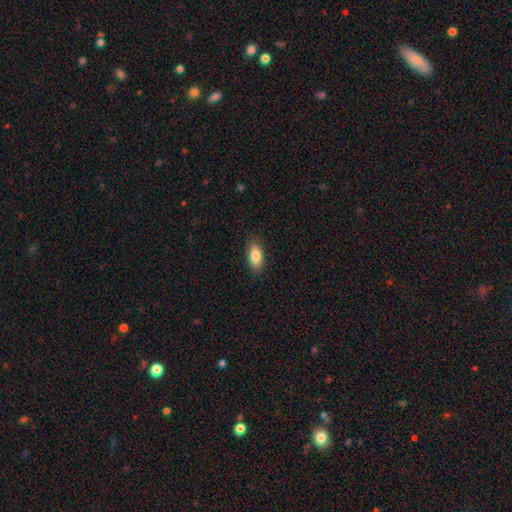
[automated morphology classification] type=smooth (85%); roundness=in between (88%); merging=none (87%).